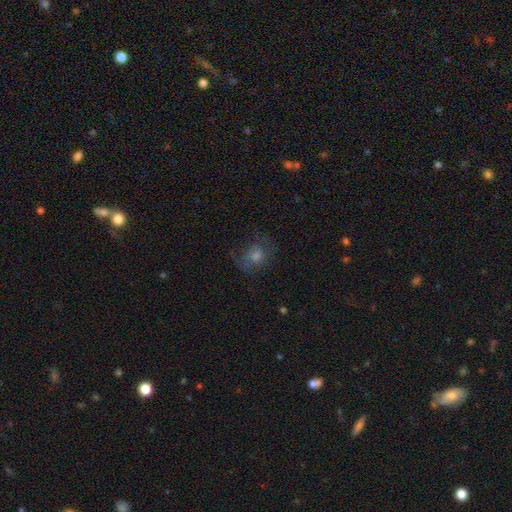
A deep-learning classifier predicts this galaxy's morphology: Smooth or featured: smooth — 48% (featured or disk — 30%)
Merging: none — 64% (minor disturbance — 19%)